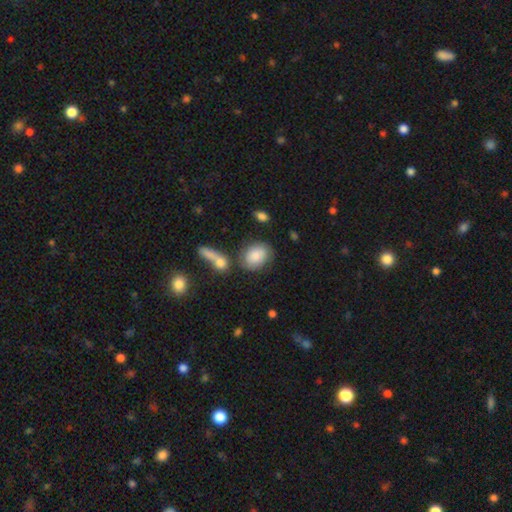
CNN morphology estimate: Smooth or featured? smooth (78%)
How rounded? in between (65%)
Merging? none (63%)